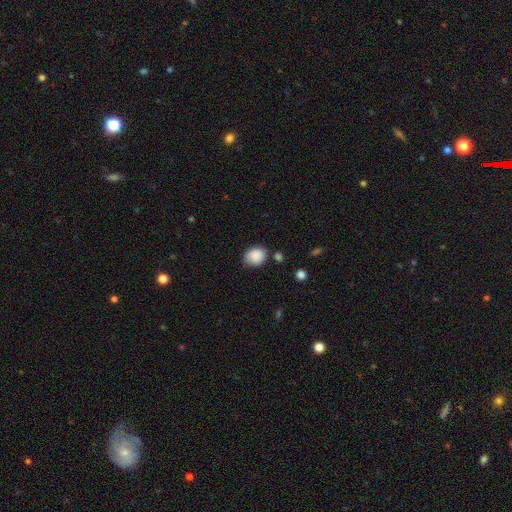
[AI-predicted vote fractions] Overall: smooth (87%). How rounded: round (57%; in between 42%). Merging: none (65%).